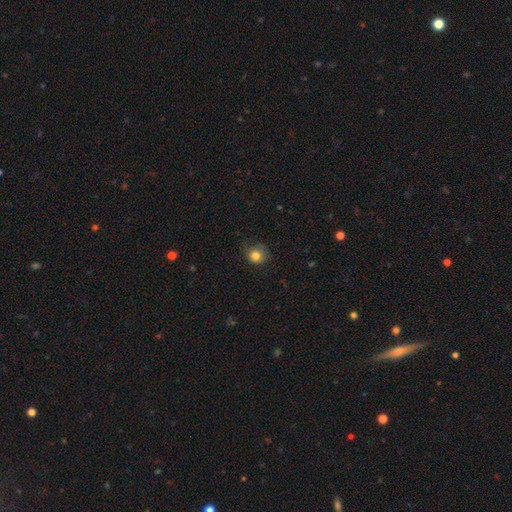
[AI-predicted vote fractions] Smooth or featured? smooth (81%)
How rounded? round (87%)
Merging? none (67%)